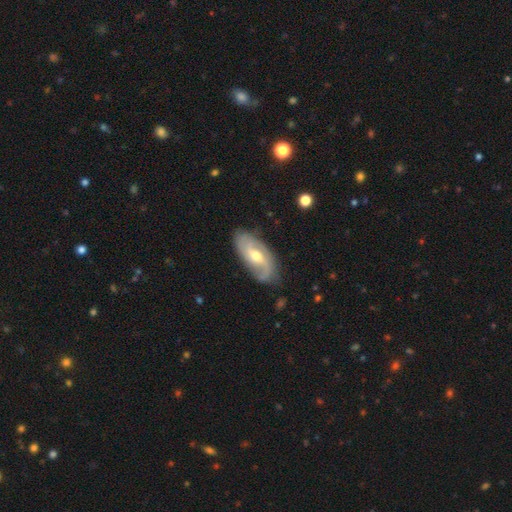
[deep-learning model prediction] Smooth or featured: featured or disk — 78% (smooth — 16%)
Edge-on disk: no — 92% (yes — 8%)
Bar: weak — 45% (no — 44%)
Spiral arms: yes — 92% (no — 8%)
Spiral winding: medium — 42% (tight — 29%)
Spiral arm count: 2 — 66% (can't tell — 17%)
Bulge size: moderate — 66% (small — 28%)
Merging: none — 80% (minor disturbance — 15%)